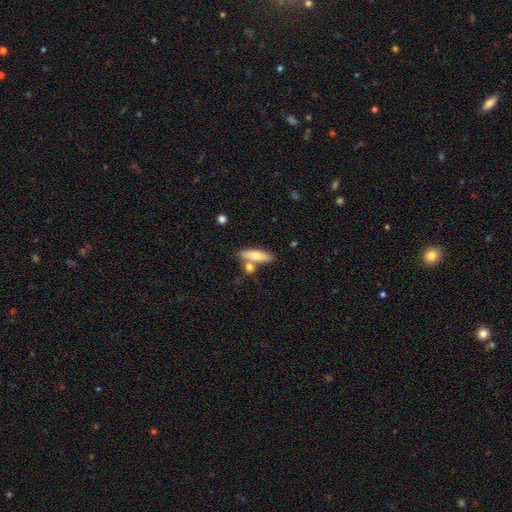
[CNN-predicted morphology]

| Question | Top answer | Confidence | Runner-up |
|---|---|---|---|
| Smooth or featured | smooth | 73% | featured or disk (21%) |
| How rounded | cigar-shaped | 50% | in between (47%) |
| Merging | none | 61% | merger (23%) |